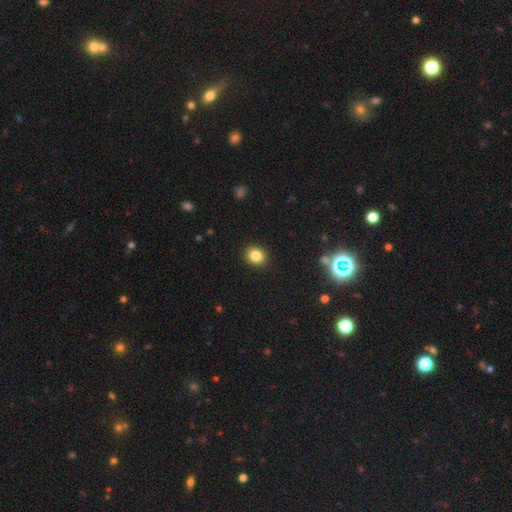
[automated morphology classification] smooth_or_featured: smooth (p=0.84) [alt: star or artifact p=0.11]
how_rounded: round (p=0.70) [alt: in between p=0.29]
merging: none (p=0.91) [alt: minor disturbance p=0.06]